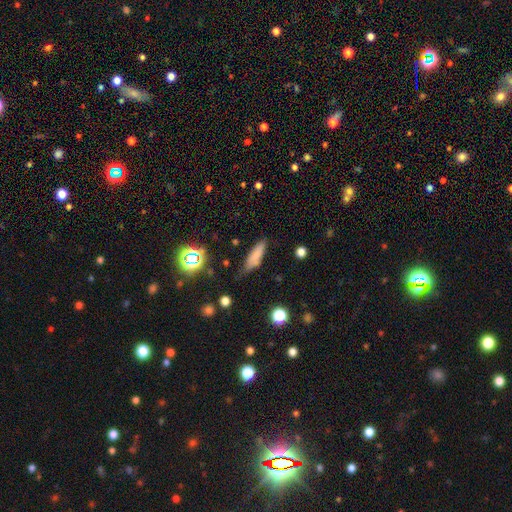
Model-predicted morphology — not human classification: The model was most divided on "how rounded": cigar-shaped: 57%, in between: 40%, round: 3%. More confident: smooth or featured — smooth (76%); merging — none (61%).